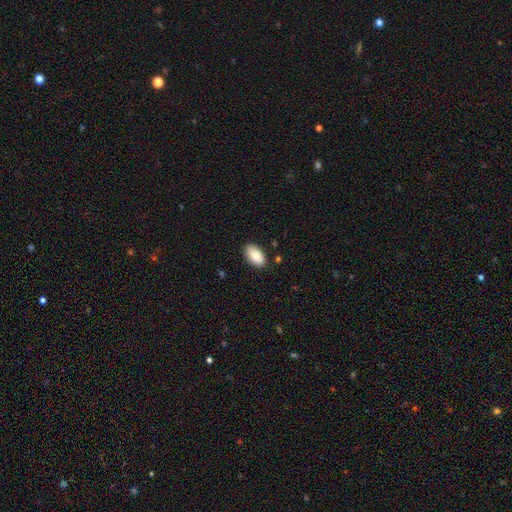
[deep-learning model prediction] smooth_or_featured: smooth (p=0.87) [alt: star or artifact p=0.07]
how_rounded: in between (p=0.95) [alt: round p=0.03]
merging: none (p=0.84) [alt: minor disturbance p=0.12]